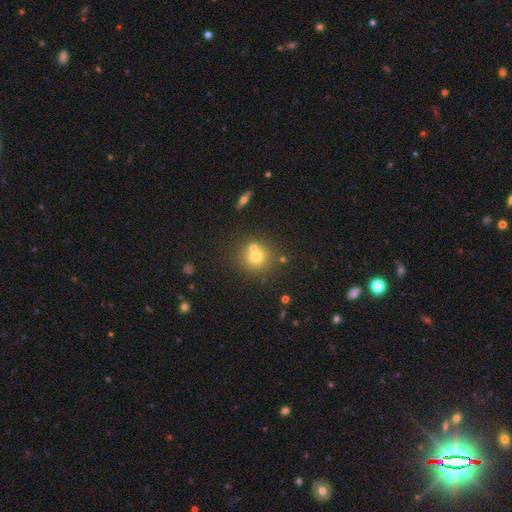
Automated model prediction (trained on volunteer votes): smooth_or_featured: smooth (p=0.67) [alt: featured or disk p=0.16]
how_rounded: round (p=0.89) [alt: in between p=0.10]
merging: none (p=0.58) [alt: merger p=0.30]